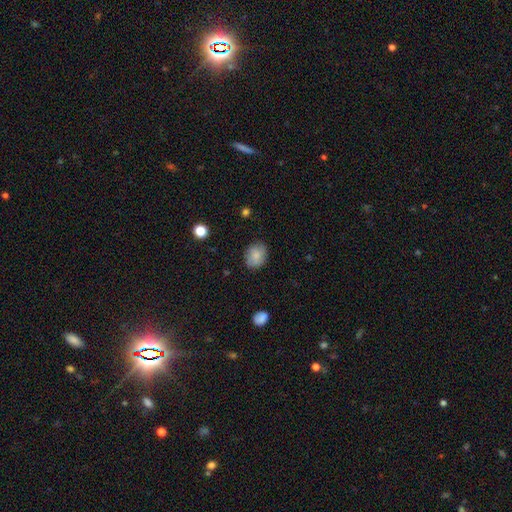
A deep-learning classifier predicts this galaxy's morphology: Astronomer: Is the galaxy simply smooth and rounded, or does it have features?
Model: smooth — 84%.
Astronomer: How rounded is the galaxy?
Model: in between — 50% (runner-up: round, 49%).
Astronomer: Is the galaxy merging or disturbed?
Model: none — 79%.